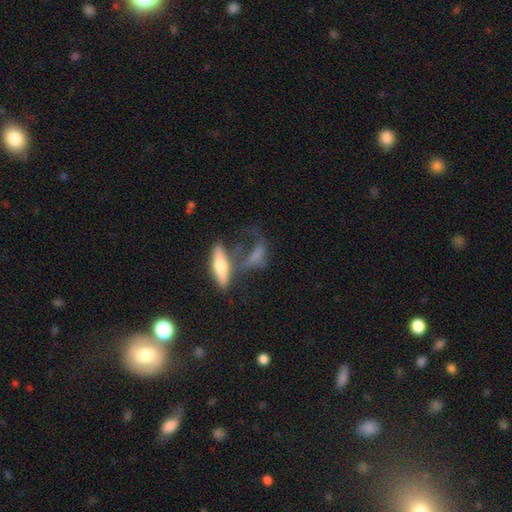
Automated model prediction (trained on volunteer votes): This appears to be a featured or disk galaxy (47%). Merging: merger (32%, tied with none).